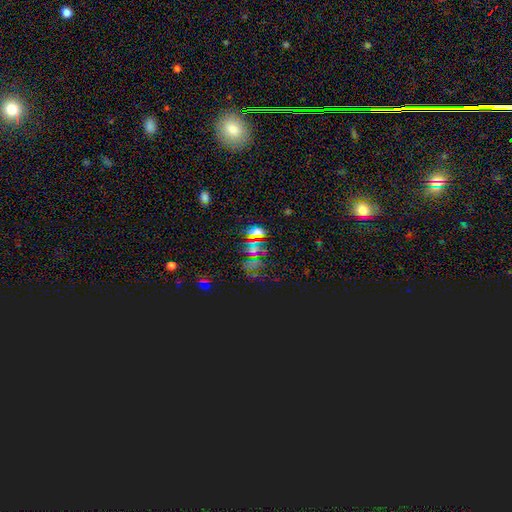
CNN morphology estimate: Overall: star or artifact (67%).